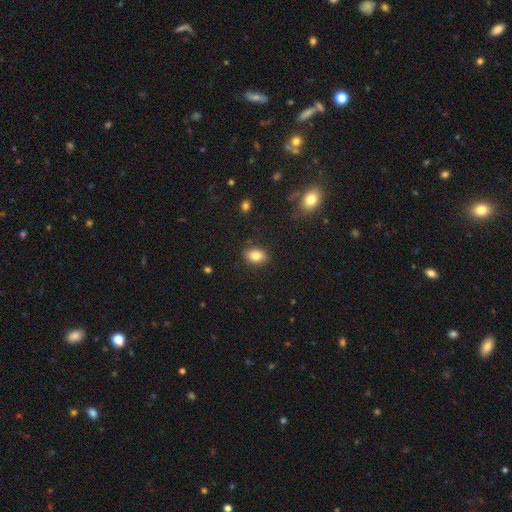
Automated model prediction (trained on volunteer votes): A smooth galaxy with no disk features (83%) that is in between round and cigar-shaped (77%).

Vote fractions:
- Smooth or featured? smooth: 83% / star or artifact: 9% / featured or disk: 8%
- How rounded? in between: 77% / round: 22% / cigar-shaped: 1%
- Merging? none: 86% / minor disturbance: 10% / major disturbance: 3% / merger: 1%